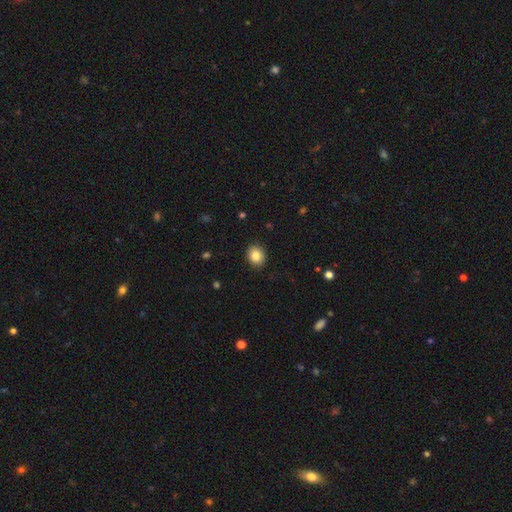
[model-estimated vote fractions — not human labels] The model was most divided on "how rounded": round: 59%, in between: 40%, cigar-shaped: 1%. More confident: merging — none (91%); smooth or featured — smooth (84%).